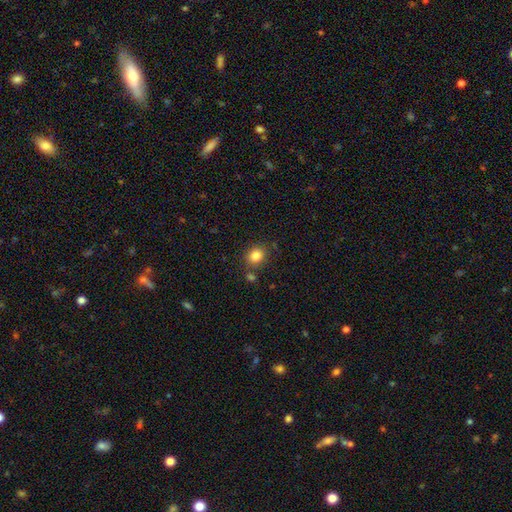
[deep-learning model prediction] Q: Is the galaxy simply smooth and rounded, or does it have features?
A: smooth — 84%.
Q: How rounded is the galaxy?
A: round — 73%.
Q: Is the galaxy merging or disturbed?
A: none — 76%.